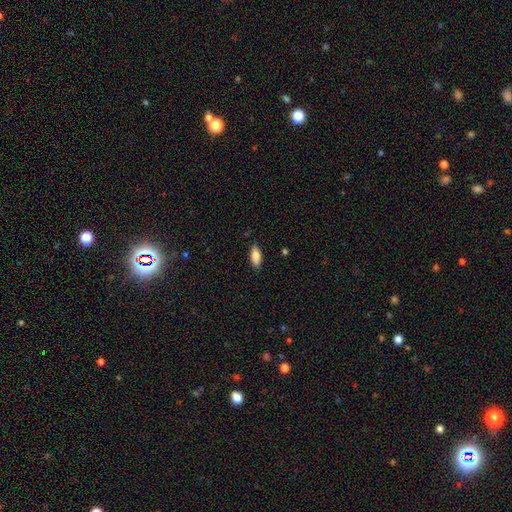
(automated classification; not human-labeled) Smooth or featured? Predicted: smooth (p=0.83). How rounded? Predicted: in between (p=0.81). Merging? Predicted: none (p=0.86).